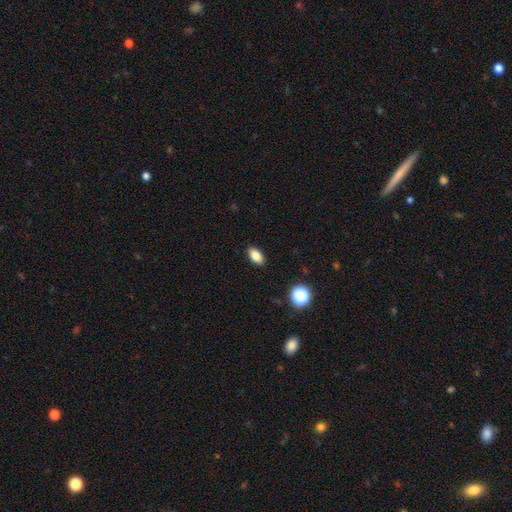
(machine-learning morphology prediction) This appears to be a smooth galaxy with no disk features (83%) that is in between round and cigar-shaped (88%). Merging: none (90%).